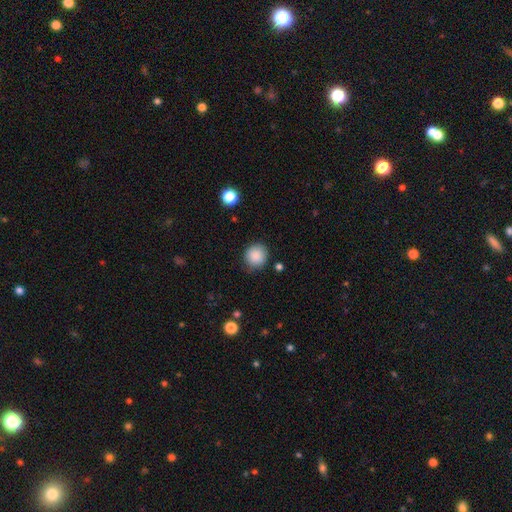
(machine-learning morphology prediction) A smooth galaxy with no disk features (87%) that is round (89%).

Vote fractions:
- Smooth or featured? smooth: 87% / star or artifact: 9% / featured or disk: 4%
- How rounded? round: 89% / in between: 10% / cigar-shaped: 1%
- Merging? none: 83% / minor disturbance: 12% / major disturbance: 3% / merger: 2%